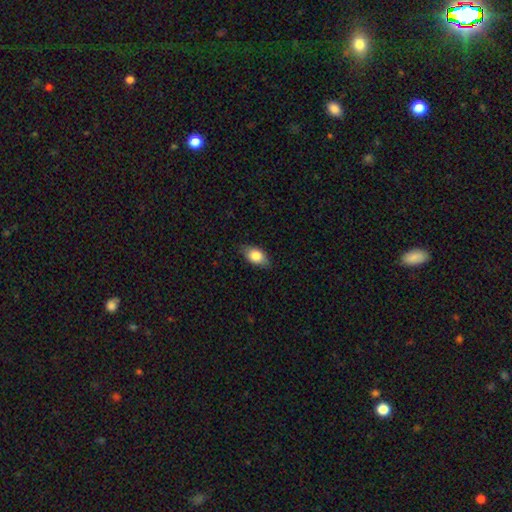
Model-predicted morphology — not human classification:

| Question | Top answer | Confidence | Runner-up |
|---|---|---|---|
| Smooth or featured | smooth | 80% | featured or disk (13%) |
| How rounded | in between | 87% | round (9%) |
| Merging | none | 81% | minor disturbance (15%) |